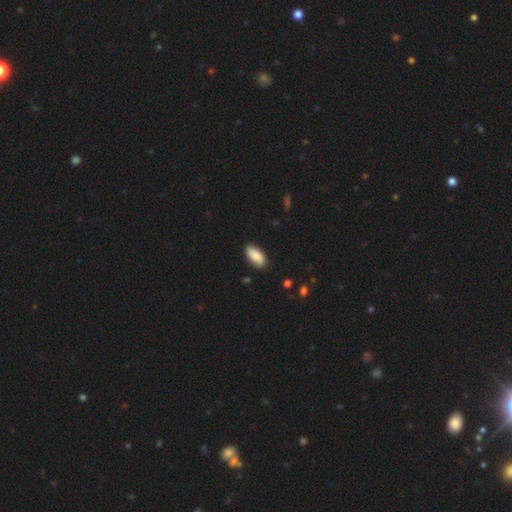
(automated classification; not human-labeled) Smooth or featured: smooth — 85% (featured or disk — 9%)
How rounded: in between — 90% (cigar-shaped — 7%)
Merging: none — 82% (minor disturbance — 14%)